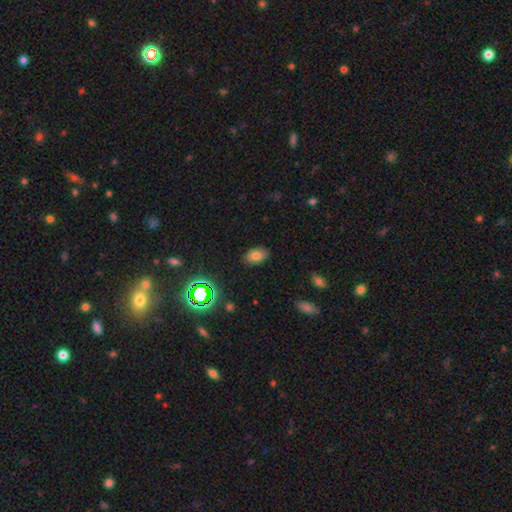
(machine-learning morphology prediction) Smooth or featured: smooth — 73% (star or artifact — 16%)
How rounded: in between — 88% (round — 10%)
Merging: none — 85% (minor disturbance — 11%)